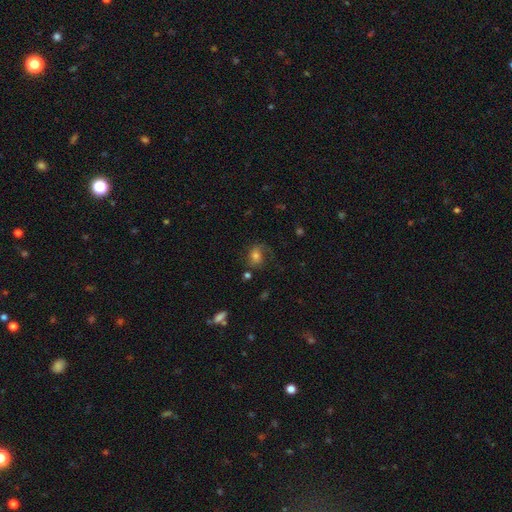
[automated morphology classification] A smooth galaxy with no disk features (51%) that is in between round and cigar-shaped (57%). Merging: none (50%).